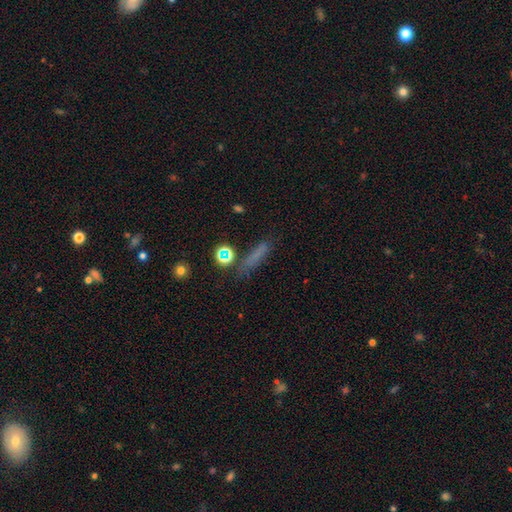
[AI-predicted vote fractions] Smooth or featured: smooth — 59% (star or artifact — 22%)
How rounded: cigar-shaped — 73% (in between — 17%)
Merging: none — 67% (minor disturbance — 17%)